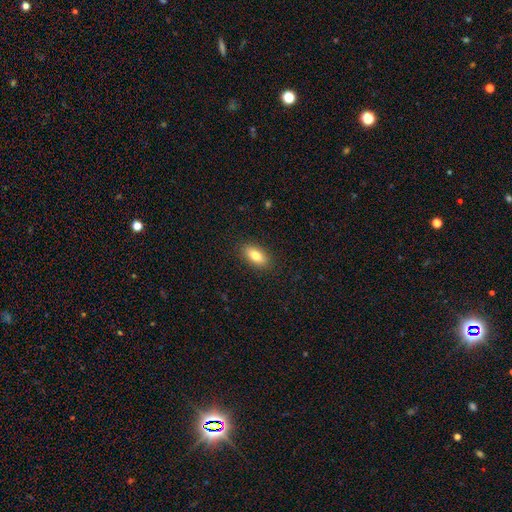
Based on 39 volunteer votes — Smooth or featured?
  - smooth: 72% *
  - featured or disk: 23%
  - star or artifact: 5%
How rounded?
  - in between: 86% *
  - cigar-shaped: 11%
  - round: 4%
Merging?
  - none: 95% *
  - minor disturbance: 3%
  - major disturbance: 3%
  - merger: 0%